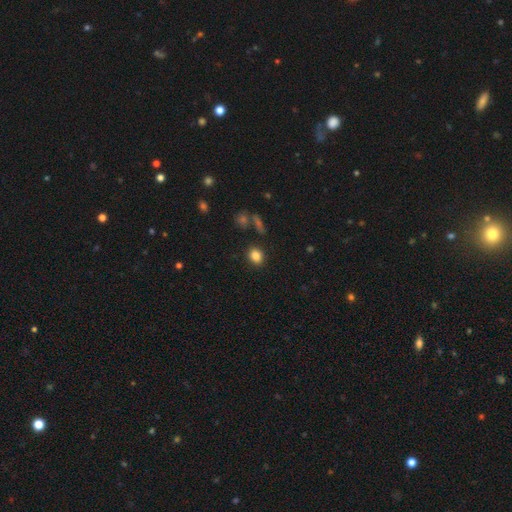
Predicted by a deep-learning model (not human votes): The model was most divided on "how rounded": round: 56%, in between: 42%, cigar-shaped: 1%. More confident: smooth or featured — smooth (85%); merging — none (85%).